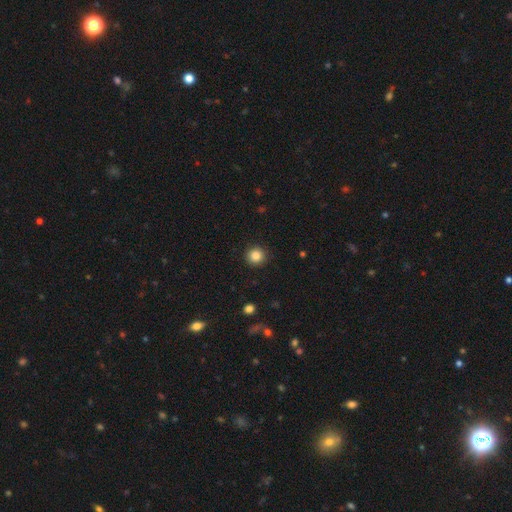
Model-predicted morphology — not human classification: Q: Smooth or featured?
A: smooth (85%); runner-up: star or artifact (11%)
Q: How rounded?
A: round (94%); runner-up: in between (5%)
Q: Merging?
A: none (91%); runner-up: minor disturbance (6%)